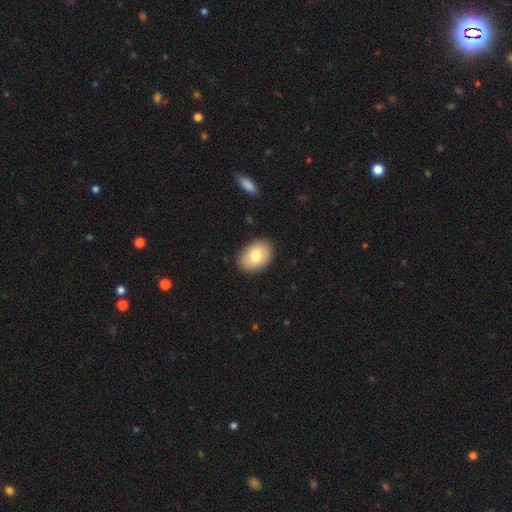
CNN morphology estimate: smooth 78%, featured or disk 15%, star or artifact 7%. Down the decision tree: how rounded — in between (81%); merging — none (88%).